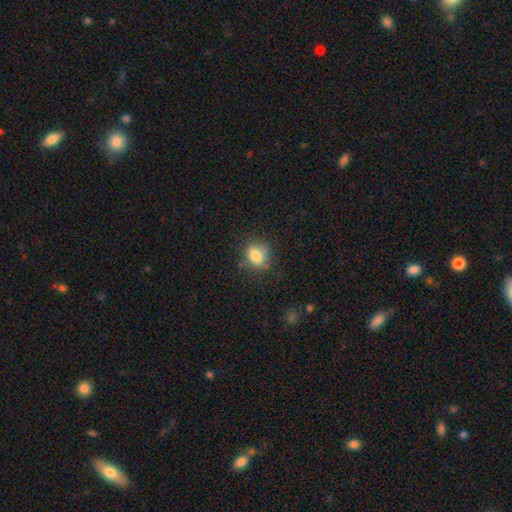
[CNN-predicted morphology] This appears to be a smooth galaxy with no disk features (81%) that is round (57%). Merging: none (70%).